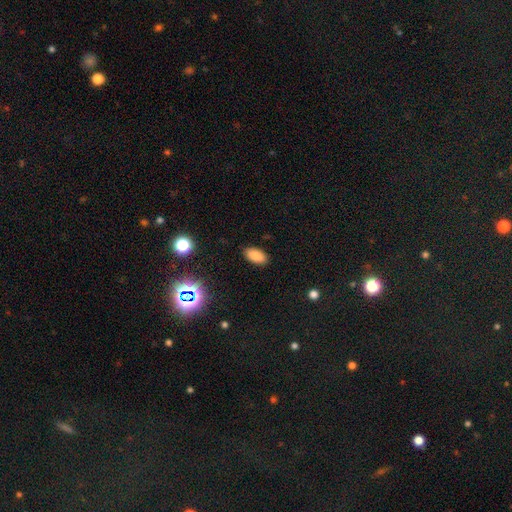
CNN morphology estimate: Overall: smooth (84%). How rounded: in between (93%). Merging: none (89%).